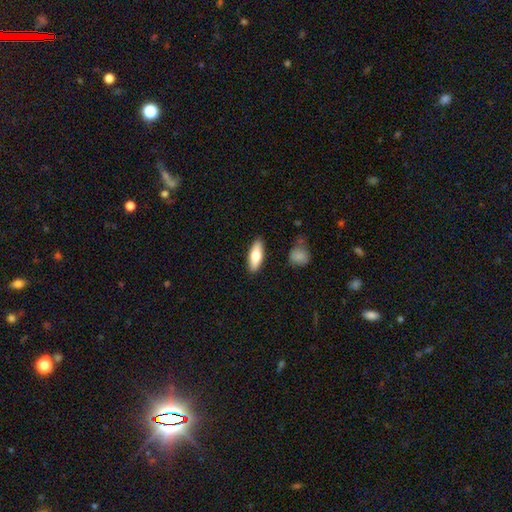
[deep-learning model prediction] Morphology: type=smooth (71%); roundness=in between (67%); merging=none (88%).